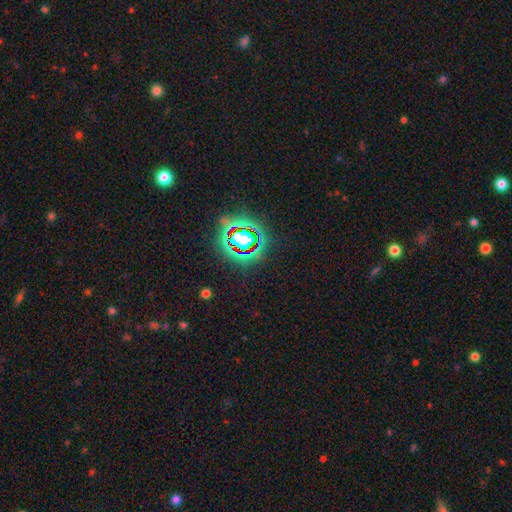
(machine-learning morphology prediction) A star or artifact, not a galaxy (80%).

Vote fractions:
- Smooth or featured? star or artifact: 80% / smooth: 12% / featured or disk: 8%